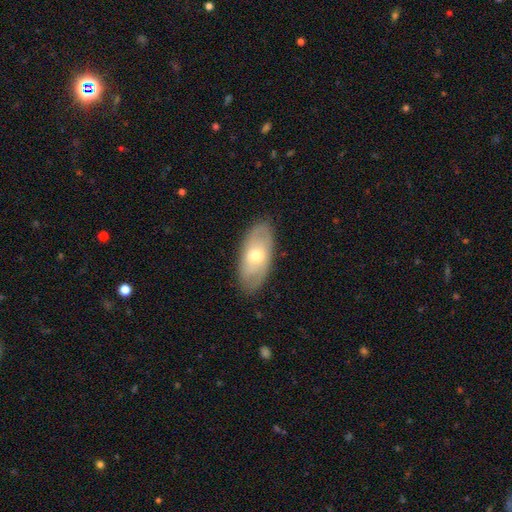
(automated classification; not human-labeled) A smooth galaxy with no disk features (49%). Merging: none (84%).